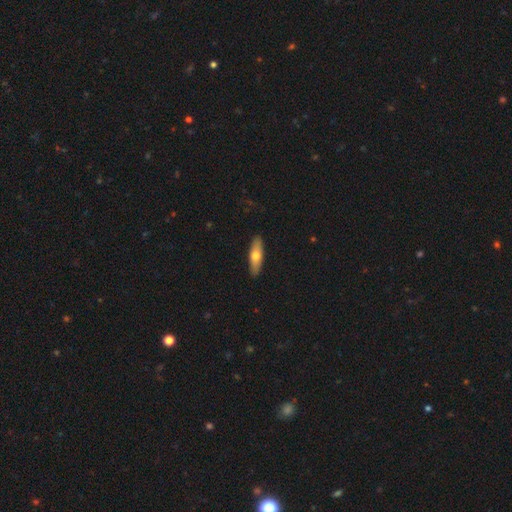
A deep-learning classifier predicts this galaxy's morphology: A smooth galaxy with no disk features (64%) that is cigar-shaped (55%). Merging: none (90%).